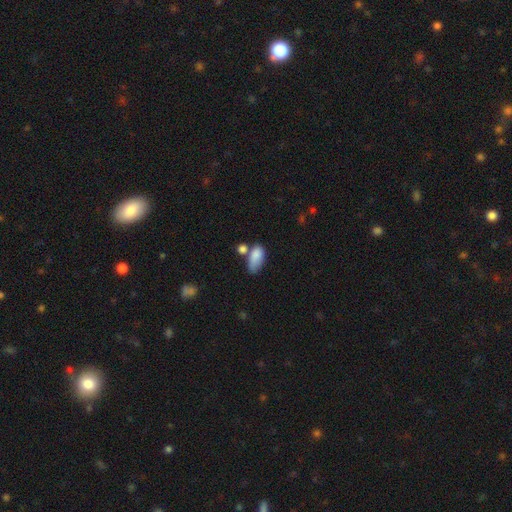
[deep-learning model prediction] Smooth or featured? smooth (82%)
How rounded? in between (90%)
Merging? none (33%)